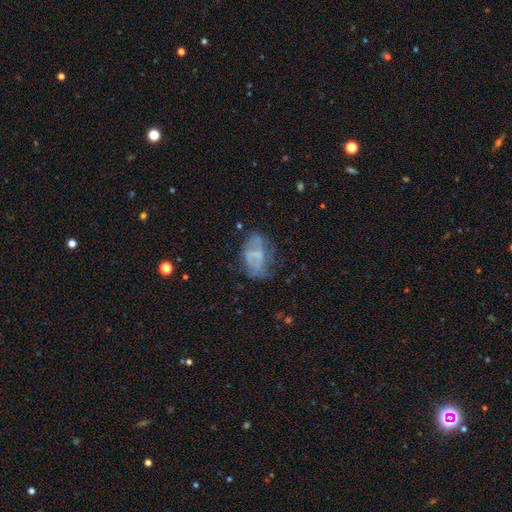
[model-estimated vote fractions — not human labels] Overall: featured or disk (56%; smooth 30%). Edge-on disk: no (97%). Bar: no (62%; weak 27%). Spiral arms: no (69%; yes 31%). Bulge size: none (62%). Merging: none (41%; major disturbance 29%).